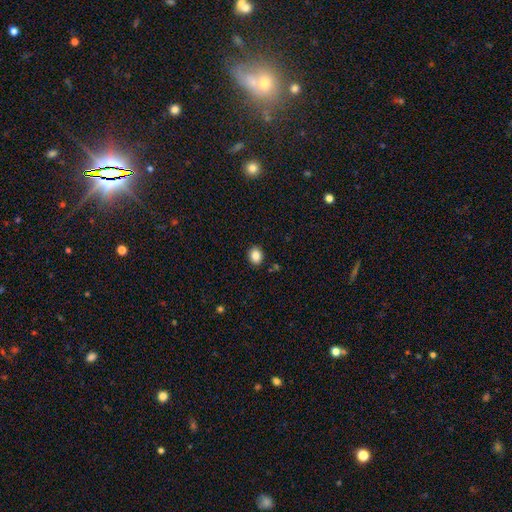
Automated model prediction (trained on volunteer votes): Morphology: type=smooth (86%); roundness=round (53%); merging=none (89%).